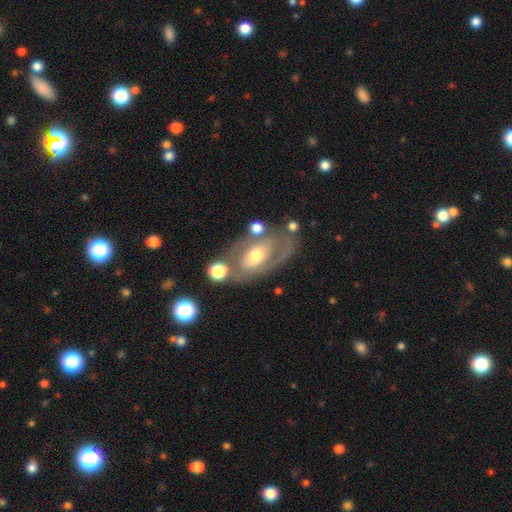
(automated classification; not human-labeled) smooth-or-featured: featured or disk: 71% | smooth: 23% | star or artifact: 7%
  disk-edge-on: no: 92% | yes: 8%
    bar: no: 63% | weak: 26% | strong: 12%
    has-spiral-arms: yes: 50% (tied) | no: 50% (tied)
    bulge-size: moderate: 67% | small: 21% | large: 9% | none: 1% | dominant: 1%
  merging: none: 59% | minor disturbance: 19% | major disturbance: 12% | merger: 10%